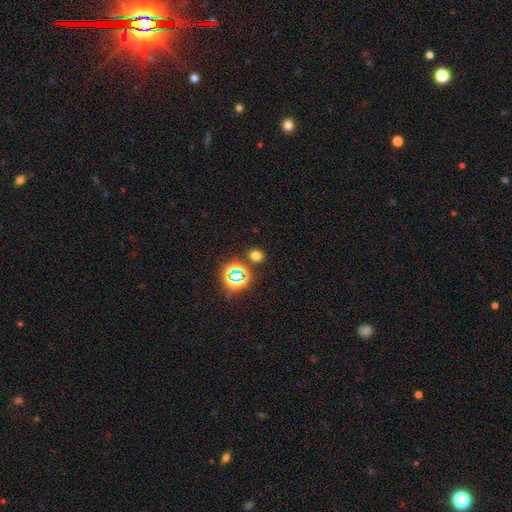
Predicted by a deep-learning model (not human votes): A smooth galaxy with no disk features (65%) that is round (65%).

Vote fractions:
- Smooth or featured? smooth: 65% / star or artifact: 29% / featured or disk: 6%
- How rounded? round: 65% / in between: 34% / cigar-shaped: 1%
- Merging? none: 84% / minor disturbance: 8% / merger: 5% / major disturbance: 3%